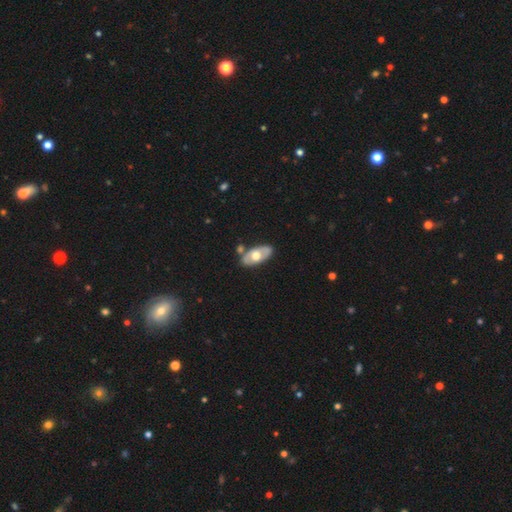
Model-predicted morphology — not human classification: type=featured or disk (49%); merging=none (75%).